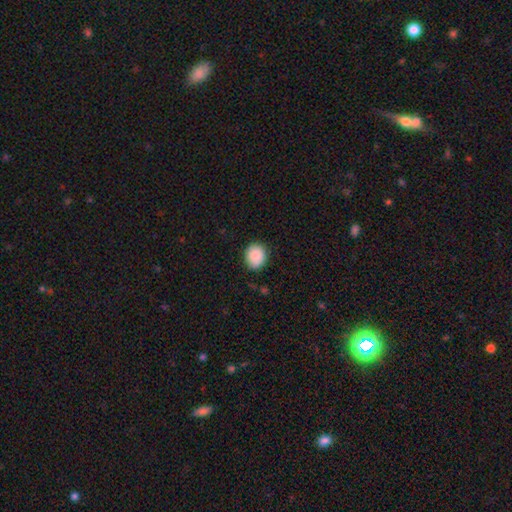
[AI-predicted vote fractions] A smooth galaxy with no disk features (88%) that is round (66%). Merging: none (83%).